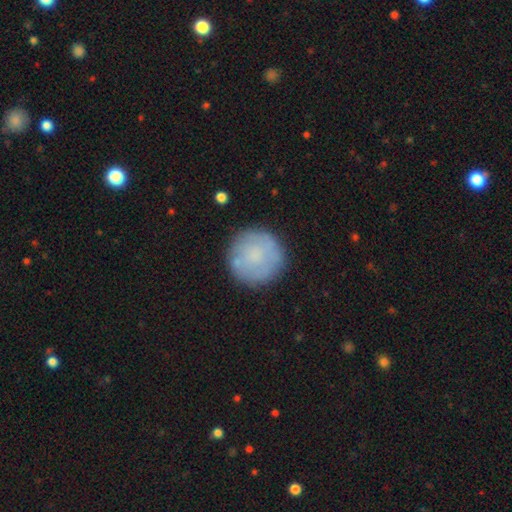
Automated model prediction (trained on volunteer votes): A smooth galaxy with no disk features (70%) that is round (95%).

Vote fractions:
- Smooth or featured? smooth: 70% / featured or disk: 23% / star or artifact: 8%
- How rounded? round: 95% / in between: 4% / cigar-shaped: 1%
- Merging? none: 83% / minor disturbance: 11% / major disturbance: 3% / merger: 2%